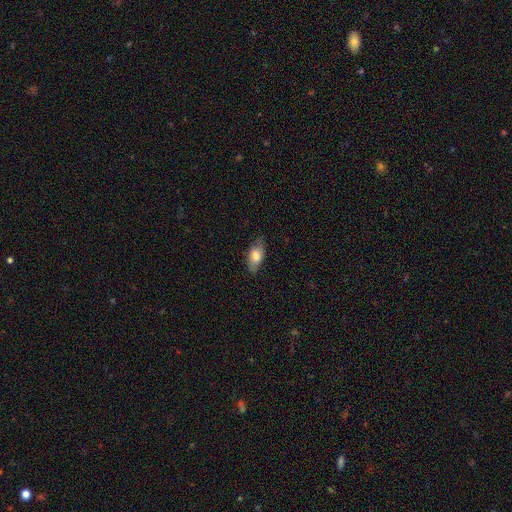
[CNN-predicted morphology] Smooth or featured: smooth — 77% (featured or disk — 17%)
How rounded: in between — 86% (cigar-shaped — 10%)
Merging: none — 81% (minor disturbance — 15%)